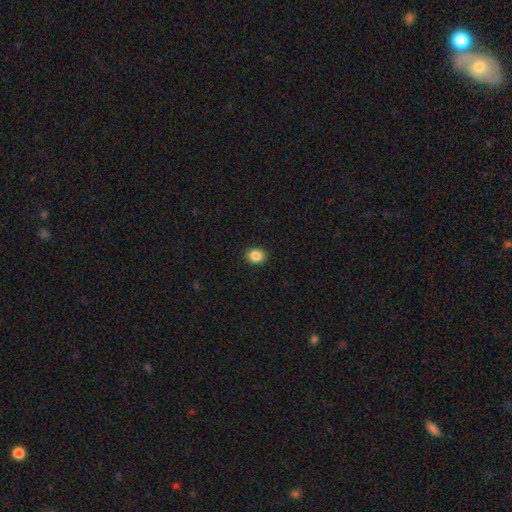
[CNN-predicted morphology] smooth-or-featured: smooth: 87% | star or artifact: 10% | featured or disk: 4%
  how-rounded: round: 64% | in between: 35% | cigar-shaped: 1%
  merging: none: 91% | minor disturbance: 6% | major disturbance: 2% | merger: 1%